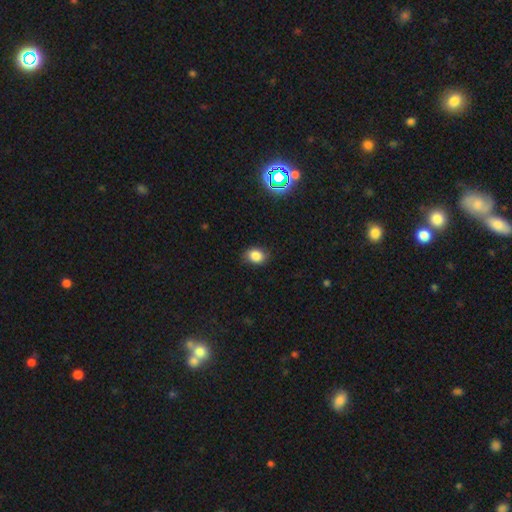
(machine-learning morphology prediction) This is clearly a smooth galaxy (83%). How rounded: possibly in between (60%). Merging: clearly none (81%).